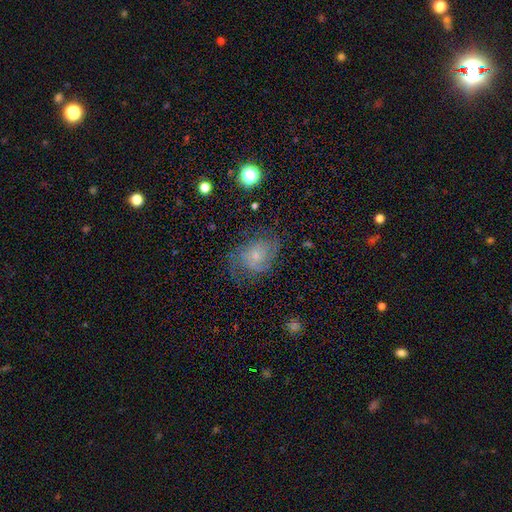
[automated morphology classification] The model was most divided on "smooth or featured": featured or disk: 55%, smooth: 34%, star or artifact: 11%. More confident: edge-on disk — no (97%); spiral arms — yes (79%); bar — no (78%); bulge size — small (70%); merging — none (52%).